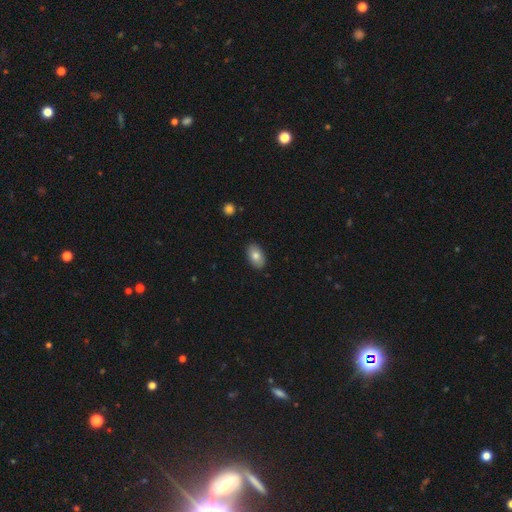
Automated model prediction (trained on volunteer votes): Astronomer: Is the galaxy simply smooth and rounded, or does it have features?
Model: smooth — 80%.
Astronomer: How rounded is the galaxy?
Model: in between — 92%.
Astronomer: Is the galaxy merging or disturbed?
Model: none — 88%.